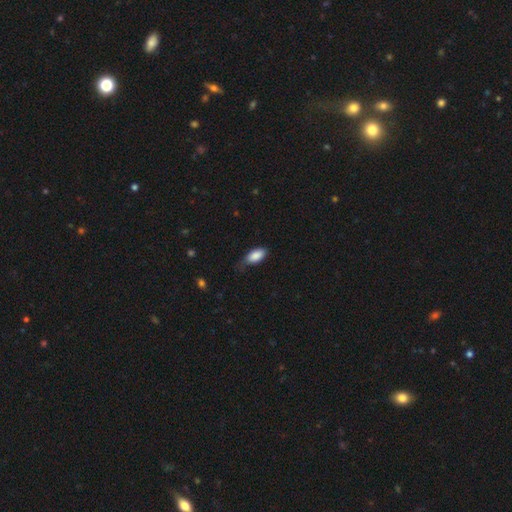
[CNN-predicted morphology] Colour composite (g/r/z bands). It shows a smooth galaxy with no disk features (87%) that is in between round and cigar-shaped (91%). Merging: none (52%).